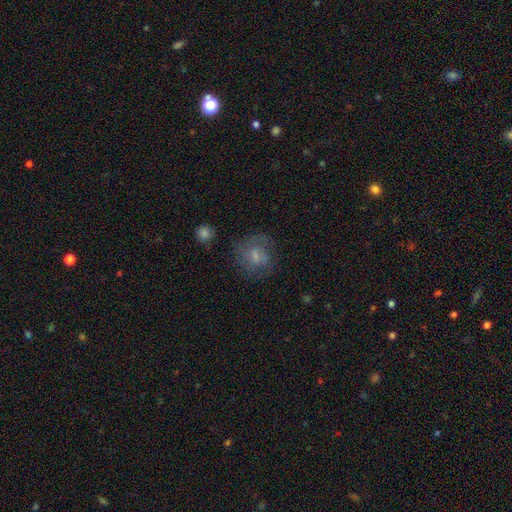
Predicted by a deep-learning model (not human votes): Q: Smooth or featured?
A: smooth (59%); runner-up: featured or disk (30%)
Q: How rounded?
A: round (72%); runner-up: in between (27%)
Q: Merging?
A: none (63%); runner-up: minor disturbance (20%)